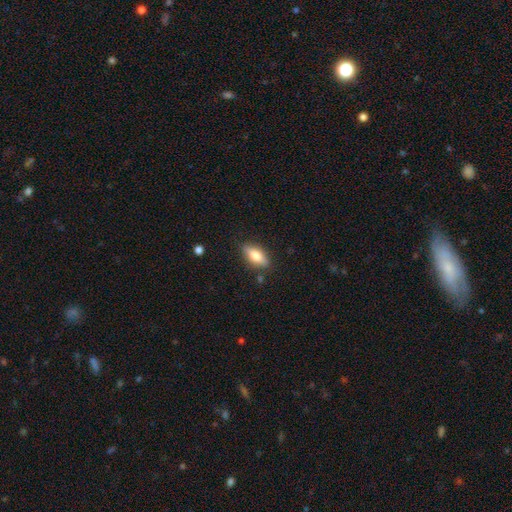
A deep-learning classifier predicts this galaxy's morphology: This appears to be a smooth galaxy with no disk features (68%) that is in between round and cigar-shaped (76%). Merging: none (83%).